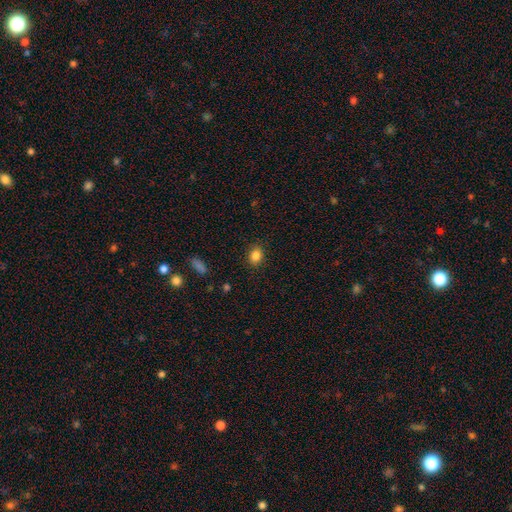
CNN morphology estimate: Smooth or featured? smooth (84%)
How rounded? in between (56%)
Merging? none (88%)